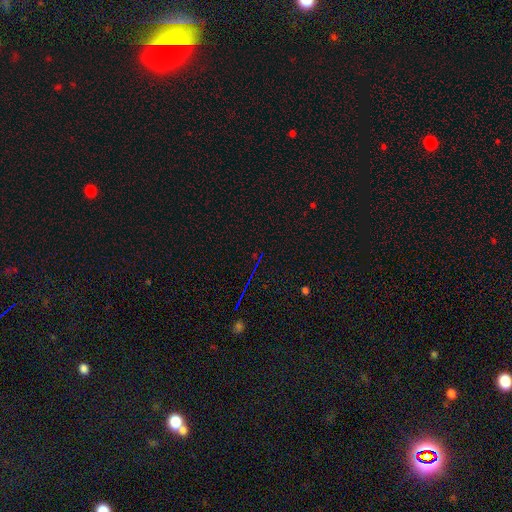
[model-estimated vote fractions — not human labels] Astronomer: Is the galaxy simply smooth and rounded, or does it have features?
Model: star or artifact — 77%.